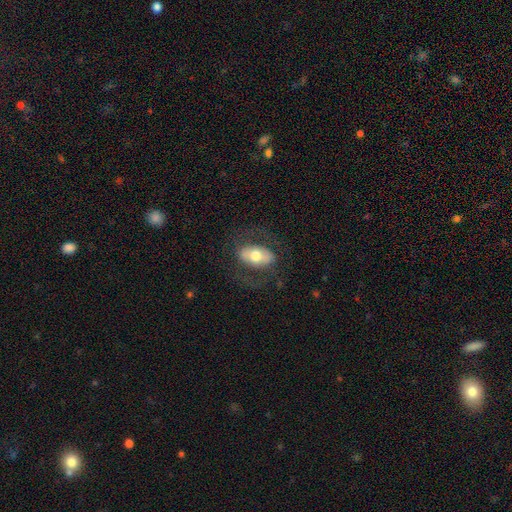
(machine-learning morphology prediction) Smooth or featured: smooth — 51% (featured or disk — 43%)
How rounded: in between — 90% (round — 8%)
Merging: none — 72% (minor disturbance — 14%)